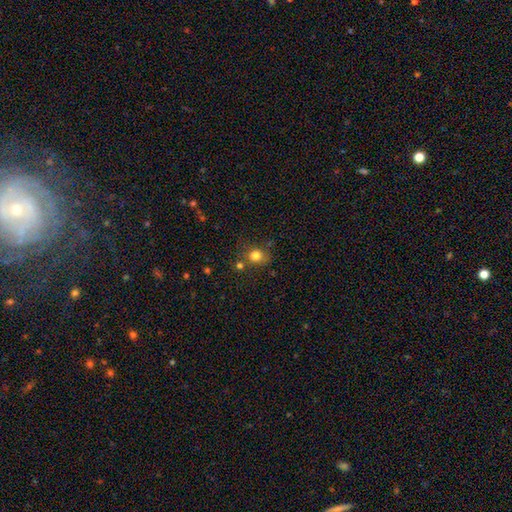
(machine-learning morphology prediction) smooth_or_featured: smooth (p=0.80) [alt: star or artifact p=0.13]
how_rounded: round (p=0.73) [alt: in between p=0.26]
merging: none (p=0.66) [alt: minor disturbance p=0.16]